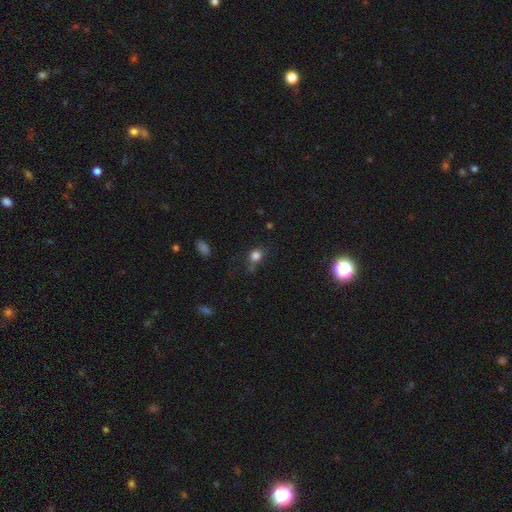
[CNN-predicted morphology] Q: Smooth or featured?
A: smooth (79%); runner-up: star or artifact (14%)
Q: How rounded?
A: round (73%); runner-up: in between (26%)
Q: Merging?
A: none (63%); runner-up: minor disturbance (20%)